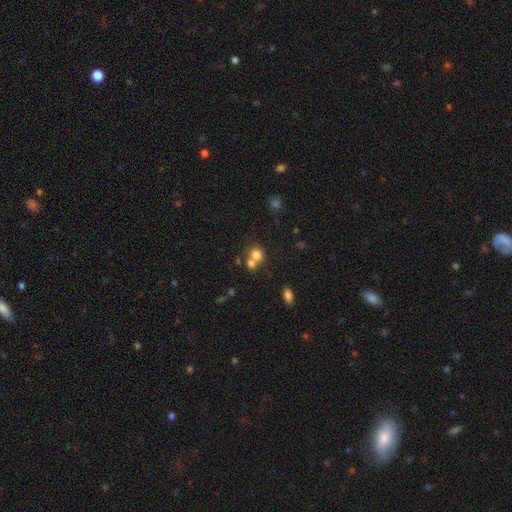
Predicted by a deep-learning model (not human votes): A smooth galaxy with no disk features (75%) that is round (75%). Merging: merger (49%).